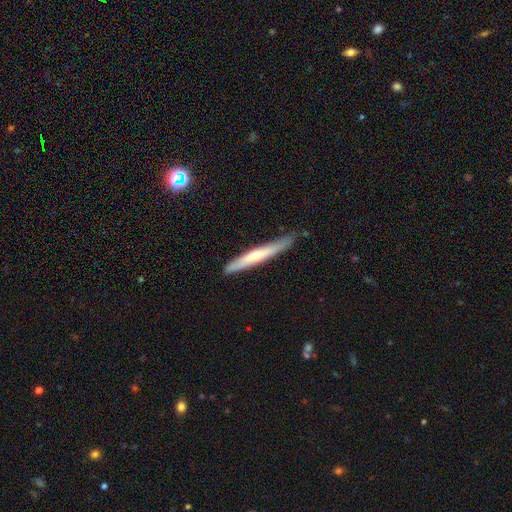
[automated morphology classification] Smooth or featured?
  - featured or disk: 49% *
  - smooth: 46%
  - star or artifact: 5%
Merging?
  - none: 81% *
  - minor disturbance: 15%
  - major disturbance: 2%
  - merger: 1%